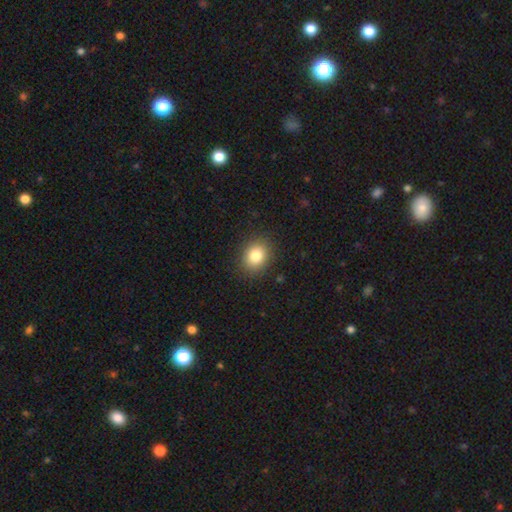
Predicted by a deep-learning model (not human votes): Smooth or featured?
  - smooth: 83% *
  - star or artifact: 10%
  - featured or disk: 7%
How rounded?
  - round: 54% *
  - in between: 45%
  - cigar-shaped: 1%
Merging?
  - none: 88% *
  - minor disturbance: 8%
  - major disturbance: 3%
  - merger: 1%